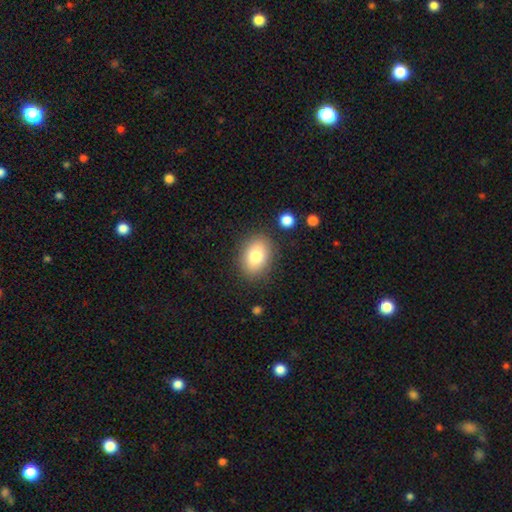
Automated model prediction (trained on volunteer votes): smooth 80%, featured or disk 12%, star or artifact 9%. Down the decision tree: how rounded — in between (74%); merging — none (84%).